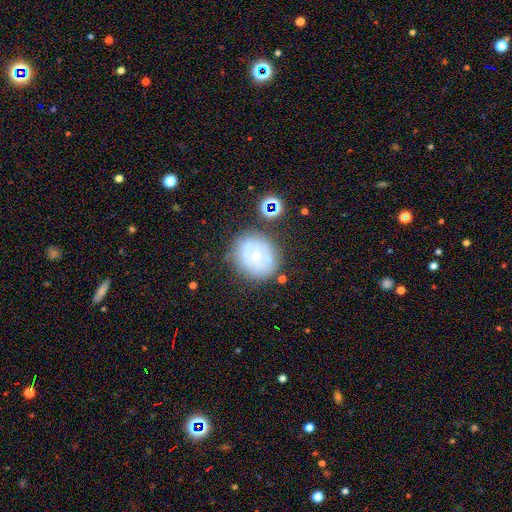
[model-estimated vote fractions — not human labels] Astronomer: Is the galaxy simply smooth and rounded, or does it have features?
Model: featured or disk — 52% (runner-up: smooth, 37%).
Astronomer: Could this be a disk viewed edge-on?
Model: no — 97%.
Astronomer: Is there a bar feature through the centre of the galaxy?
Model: no — 80%.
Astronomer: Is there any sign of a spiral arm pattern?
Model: no — 64%.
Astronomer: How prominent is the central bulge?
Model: small — 57% (runner-up: moderate, 34%).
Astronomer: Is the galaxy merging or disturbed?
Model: none — 66%.